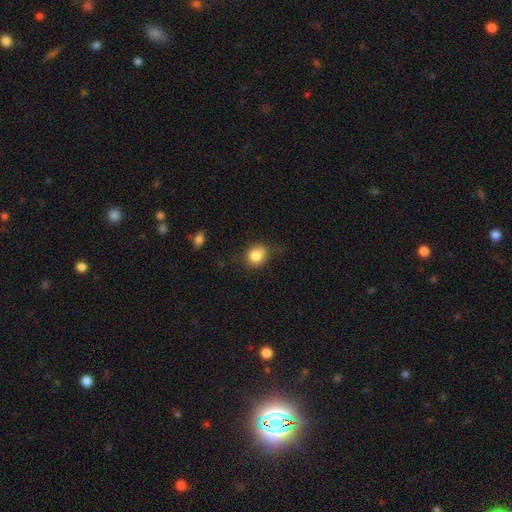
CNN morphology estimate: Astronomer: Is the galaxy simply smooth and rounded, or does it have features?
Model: smooth — 83%.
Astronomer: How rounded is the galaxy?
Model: round — 70%.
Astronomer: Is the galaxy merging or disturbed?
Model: none — 69%.